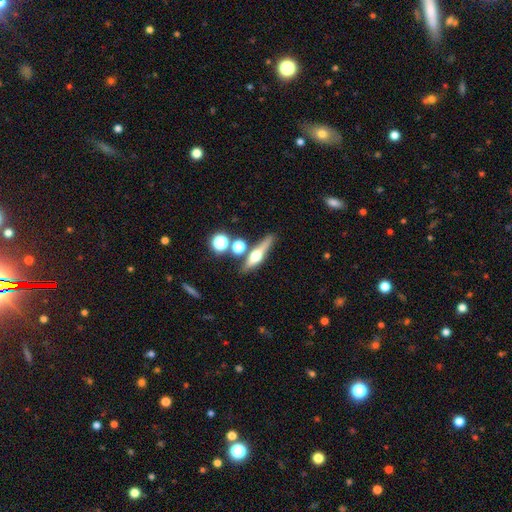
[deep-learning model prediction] A featured or disk galaxy (60%) viewed edge-on (92%) with a rounded central bulge (95%).

Vote fractions:
- Smooth or featured? featured or disk: 60% / smooth: 31% / star or artifact: 9%
- Edge-on disk? yes: 92% / no: 8%
- Edge-on bulge? rounded: 95% / boxy: 3% / none: 2%
- Merging? none: 75% / merger: 11% / minor disturbance: 10% / major disturbance: 4%